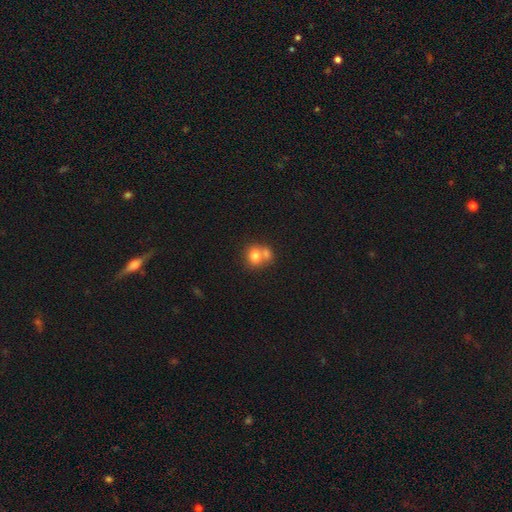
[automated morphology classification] smooth-or-featured: smooth: 77% | featured or disk: 14% | star or artifact: 10%
  how-rounded: round: 64% | in between: 35% | cigar-shaped: 1%
  merging: merger: 55% | none: 34% | minor disturbance: 8% | major disturbance: 3%